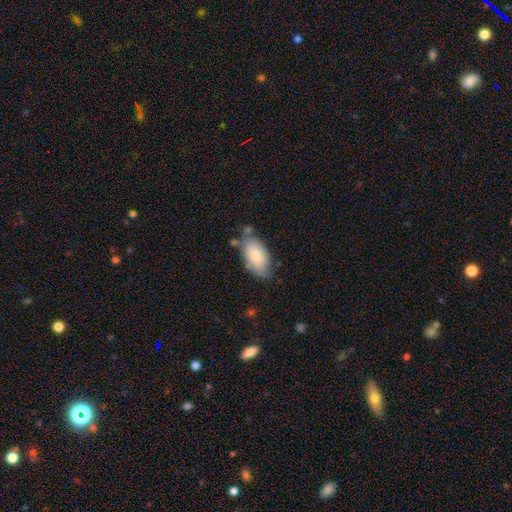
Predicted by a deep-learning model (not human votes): A smooth galaxy with no disk features (78%) that is in between round and cigar-shaped (94%). Merging: none (64%).